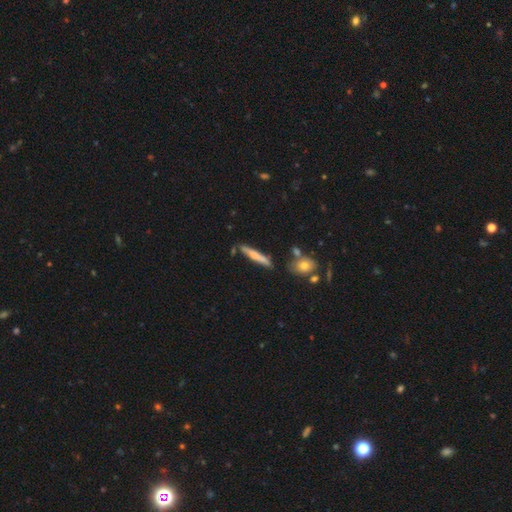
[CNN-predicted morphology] This appears to be a smooth galaxy with no disk features (57%) that is cigar-shaped (92%). Merging: none (78%).